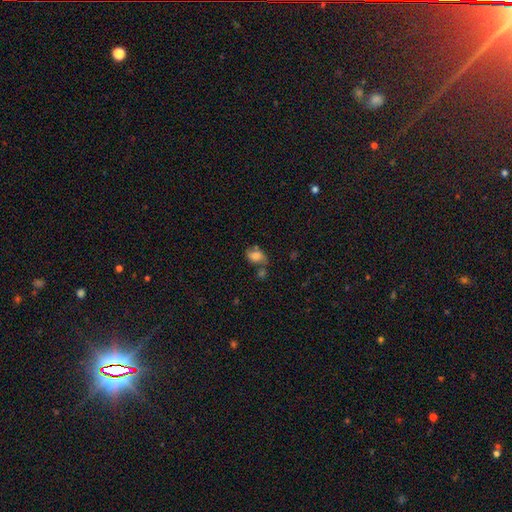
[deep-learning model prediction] Morphology: type=smooth (66%); roundness=in between (75%); merging=none (45%).